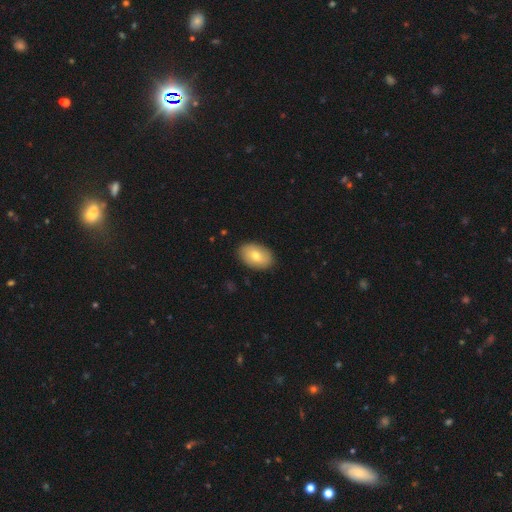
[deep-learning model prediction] A smooth galaxy with no disk features (71%) that is in between round and cigar-shaped (89%). Merging: none (89%).